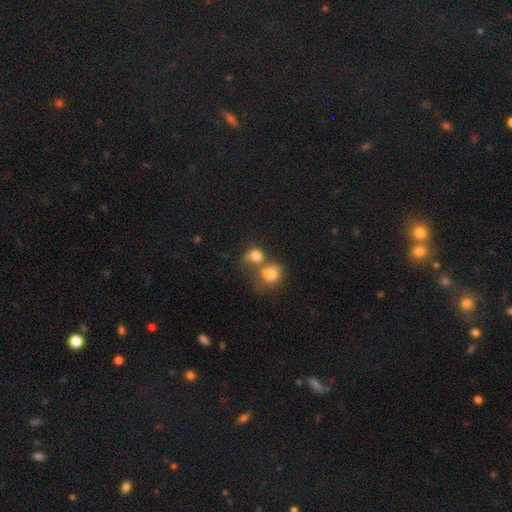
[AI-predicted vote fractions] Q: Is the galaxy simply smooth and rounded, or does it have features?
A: smooth — 79%.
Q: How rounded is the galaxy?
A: round — 69%.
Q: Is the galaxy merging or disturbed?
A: merger — 55%.